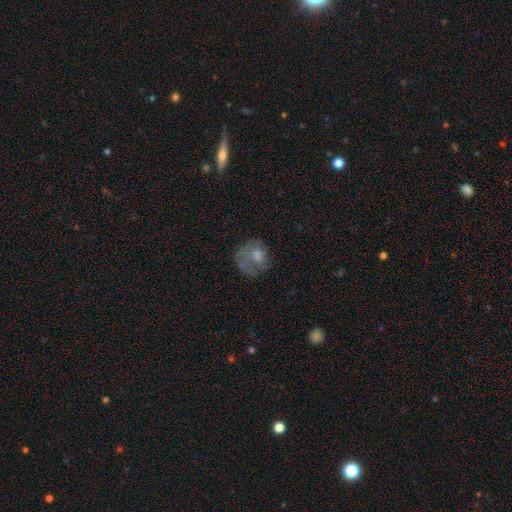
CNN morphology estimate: Smooth or featured? Predicted: smooth (p=0.59). How rounded? Predicted: round (p=0.65). Merging? Predicted: none (p=0.43).